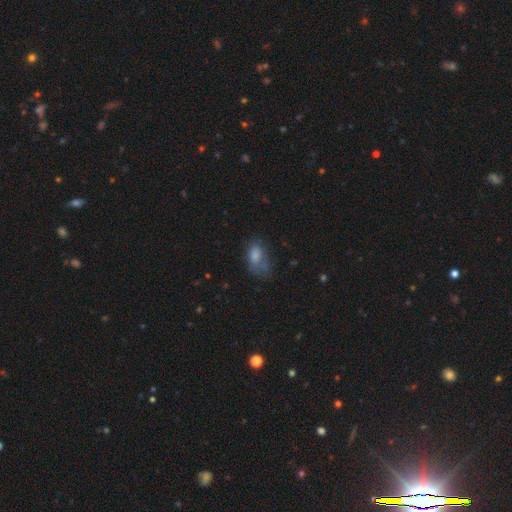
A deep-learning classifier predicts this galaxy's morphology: Smooth or featured: smooth — 74% (featured or disk — 17%)
How rounded: in between — 88% (round — 9%)
Merging: none — 37% (minor disturbance — 30%)